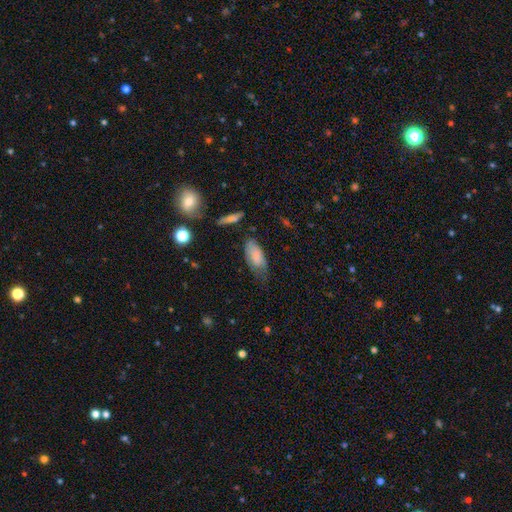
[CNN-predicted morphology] type=smooth (79%); roundness=in between (87%); merging=none (44%).